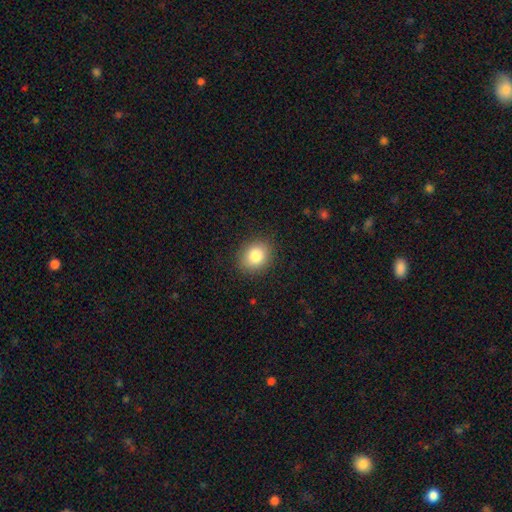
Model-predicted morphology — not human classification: smooth_or_featured: smooth (p=0.83) [alt: star or artifact p=0.09]
how_rounded: round (p=0.60) [alt: in between p=0.39]
merging: none (p=0.88) [alt: minor disturbance p=0.09]